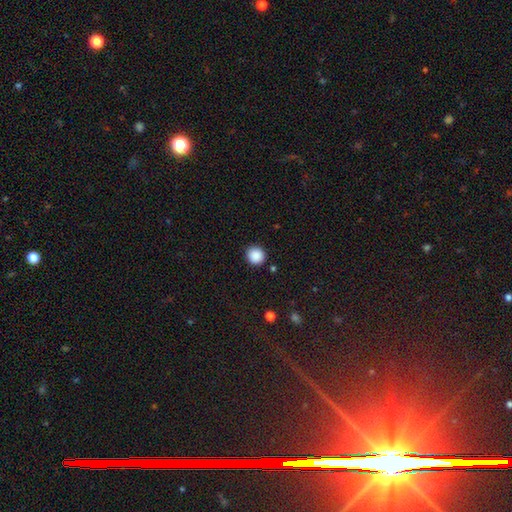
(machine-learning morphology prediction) smooth-or-featured: smooth: 89% | star or artifact: 9% | featured or disk: 2%
  how-rounded: round: 91% | in between: 8% | cigar-shaped: 1%
  merging: none: 91% | minor disturbance: 6% | major disturbance: 2% | merger: 1%